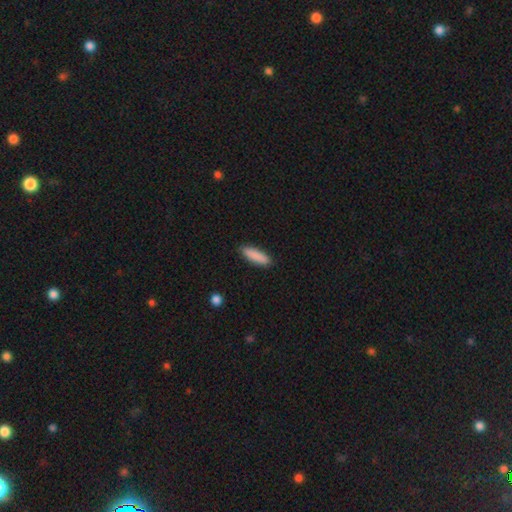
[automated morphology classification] smooth-or-featured: smooth: 89% | star or artifact: 6% | featured or disk: 5%
  how-rounded: cigar-shaped: 58% | in between: 41% | round: 2%
  merging: none: 88% | minor disturbance: 9% | major disturbance: 2% | merger: 1%